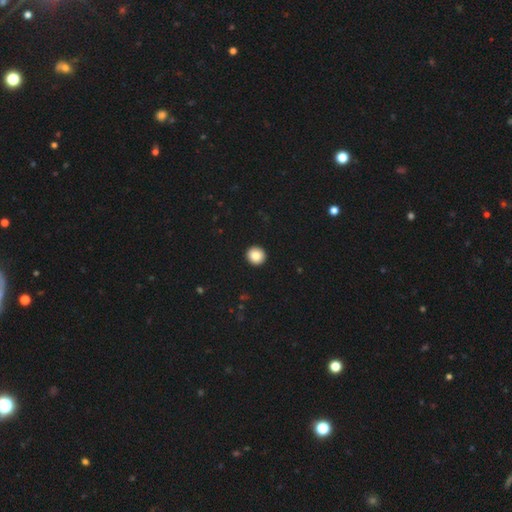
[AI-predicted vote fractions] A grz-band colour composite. It shows a smooth galaxy with no disk features (86%) that is round (94%). Merging: none (94%).